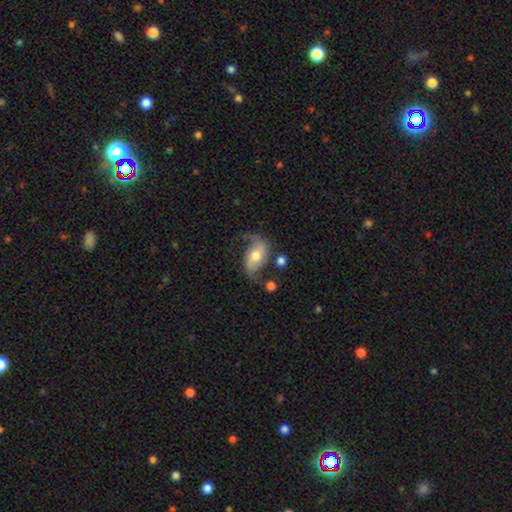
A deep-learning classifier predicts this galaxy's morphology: Smooth or featured? Predicted: featured or disk (p=0.68). Edge-on disk? Predicted: no (p=0.96). Bar? Predicted: no (p=0.48). Spiral arms? Predicted: yes (p=0.89). Spiral winding? Predicted: loose (p=0.73). Spiral arm count? Predicted: 2 (p=0.80). Bulge size? Predicted: moderate (p=0.69). Merging? Predicted: none (p=0.53).